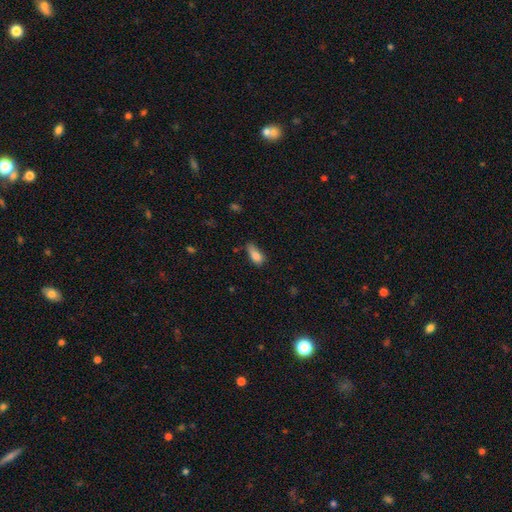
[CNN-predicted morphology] This appears to be a smooth galaxy with no disk features (81%) that is in between round and cigar-shaped (81%). Merging: none (41%).